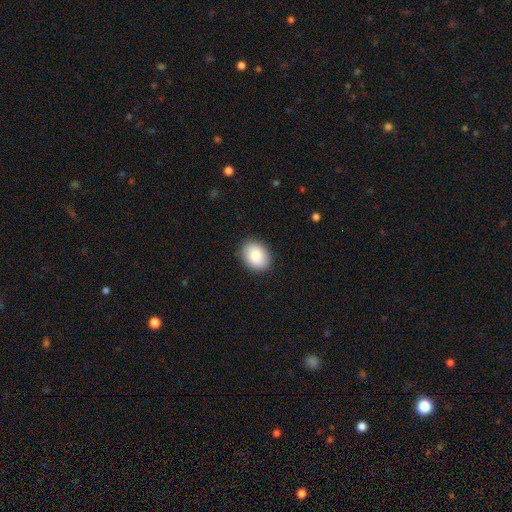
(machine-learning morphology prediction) smooth 83%, featured or disk 10%, star or artifact 7%. Down the decision tree: how rounded — in between (58%); merging — none (89%).